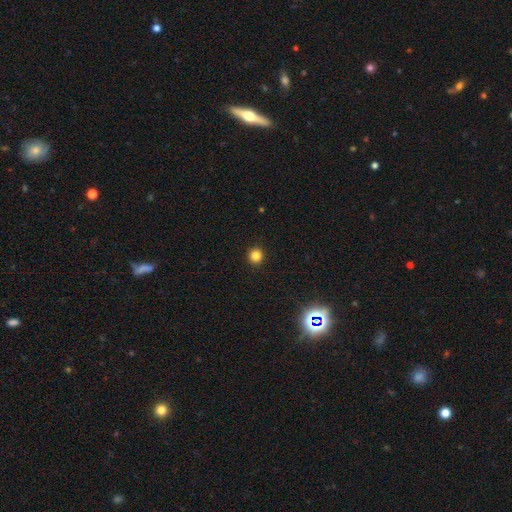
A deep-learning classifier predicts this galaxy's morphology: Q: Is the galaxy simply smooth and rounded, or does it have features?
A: smooth — 83%.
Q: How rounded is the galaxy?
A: round — 94%.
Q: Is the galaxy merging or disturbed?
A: none — 93%.